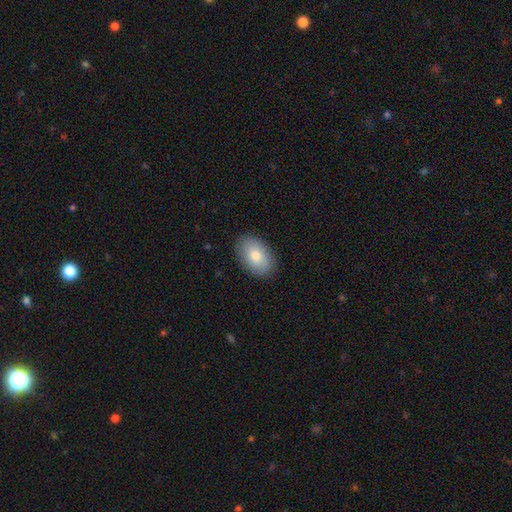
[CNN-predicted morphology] This is clearly a smooth galaxy (80%). How rounded: clearly in between (92%). Merging: clearly none (87%).